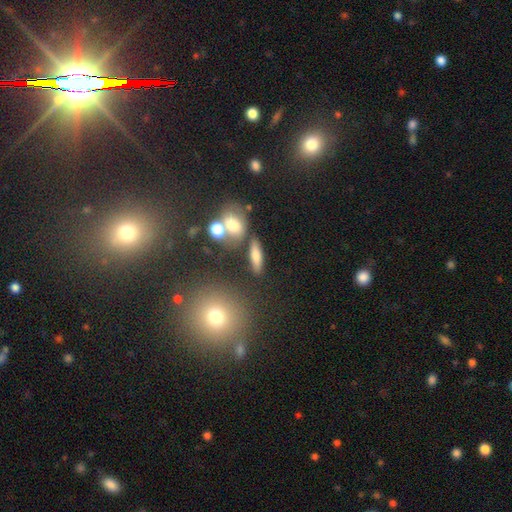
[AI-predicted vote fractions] Smooth or featured? Predicted: smooth (p=0.70). How rounded? Predicted: cigar-shaped (p=0.52). Merging? Predicted: none (p=0.74).